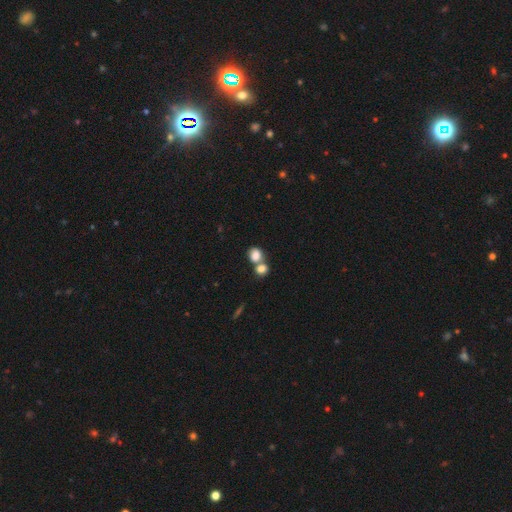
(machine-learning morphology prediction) Smooth or featured? smooth (82%)
How rounded? round (53%)
Merging? merger (55%)